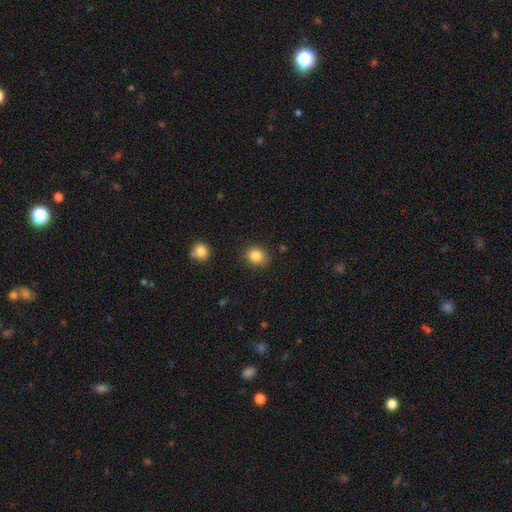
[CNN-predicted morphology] A smooth galaxy with no disk features (85%) that is round (68%).

Vote fractions:
- Smooth or featured? smooth: 85% / star or artifact: 10% / featured or disk: 5%
- How rounded? round: 68% / in between: 31% / cigar-shaped: 1%
- Merging? none: 85% / minor disturbance: 10% / major disturbance: 3% / merger: 2%